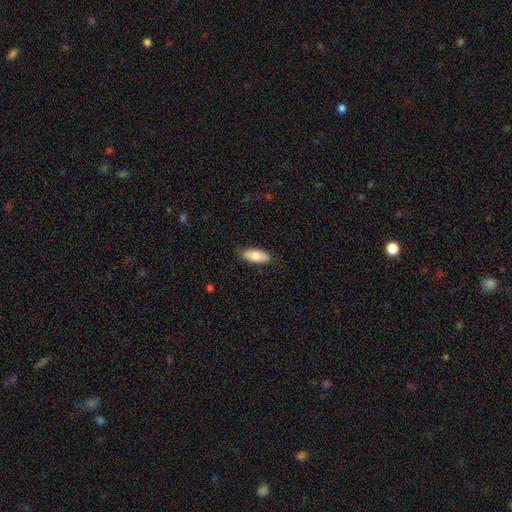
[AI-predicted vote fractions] smooth 77%, featured or disk 17%, star or artifact 6%. Down the decision tree: how rounded — in between (87%); merging — none (83%).